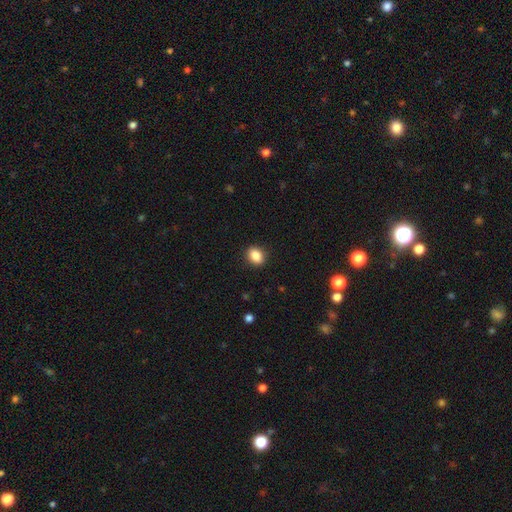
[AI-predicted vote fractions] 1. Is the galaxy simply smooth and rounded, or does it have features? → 87% smooth, 9% star or artifact, 4% featured or disk.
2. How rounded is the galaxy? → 58% in between, 40% round, 1% cigar-shaped.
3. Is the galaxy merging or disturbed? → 90% none, 7% minor disturbance, 2% major disturbance, 1% merger.